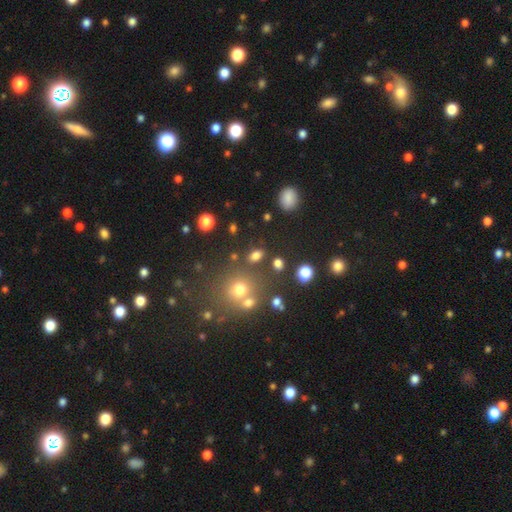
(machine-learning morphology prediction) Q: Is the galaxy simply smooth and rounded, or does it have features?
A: smooth — 73%.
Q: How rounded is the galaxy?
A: in between — 74%.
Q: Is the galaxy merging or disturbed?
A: none — 74%.